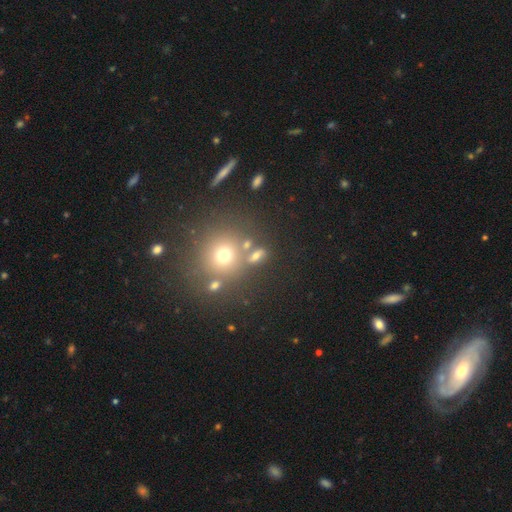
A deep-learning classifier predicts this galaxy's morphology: smooth_or_featured: smooth (p=0.65) [alt: star or artifact p=0.22]
how_rounded: round (p=0.47) [tied with: in between p=0.47]
merging: none (p=0.66) [alt: merger p=0.17]